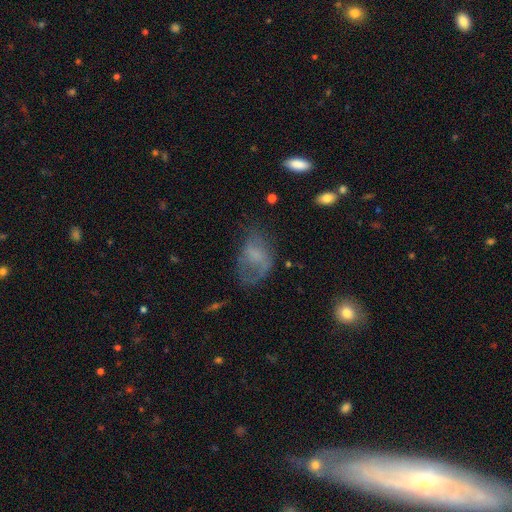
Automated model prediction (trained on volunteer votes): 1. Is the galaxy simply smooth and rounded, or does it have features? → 50% smooth, 38% featured or disk, 12% star or artifact.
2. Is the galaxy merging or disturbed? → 37% none, 33% major disturbance, 26% minor disturbance, 3% merger.